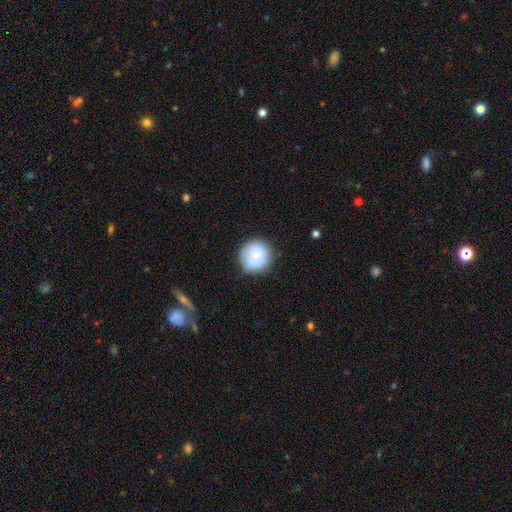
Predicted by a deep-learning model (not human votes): Smooth or featured? smooth (72%)
How rounded? round (94%)
Merging? none (81%)